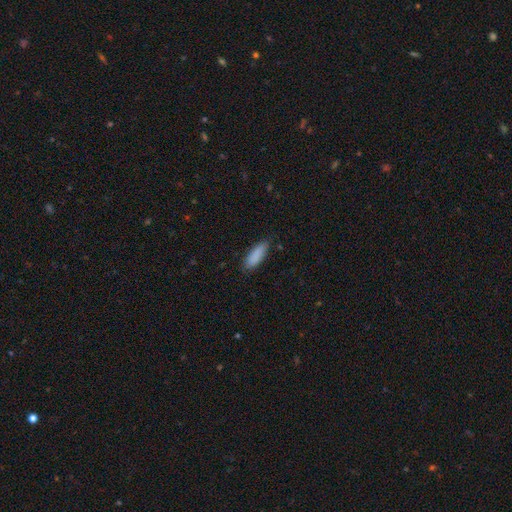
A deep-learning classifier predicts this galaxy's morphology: A smooth galaxy with no disk features (88%) that is in between round and cigar-shaped (63%).

Vote fractions:
- Smooth or featured? smooth: 88% / star or artifact: 6% / featured or disk: 6%
- How rounded? in between: 63% / cigar-shaped: 36% / round: 2%
- Merging? none: 78% / minor disturbance: 18% / major disturbance: 3% / merger: 1%